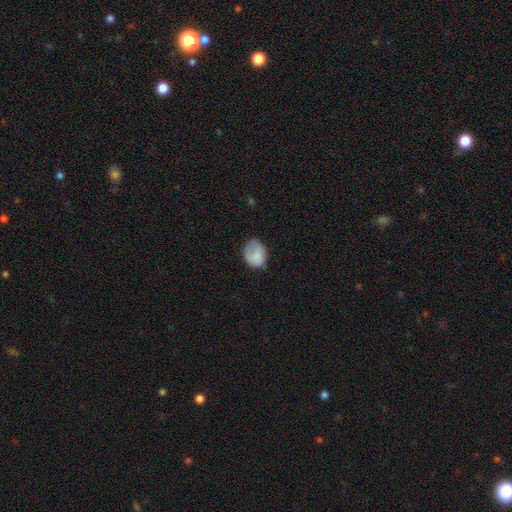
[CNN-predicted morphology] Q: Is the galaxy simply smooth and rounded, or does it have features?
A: smooth — 81%.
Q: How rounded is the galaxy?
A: in between — 63%.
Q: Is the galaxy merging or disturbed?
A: none — 54%.